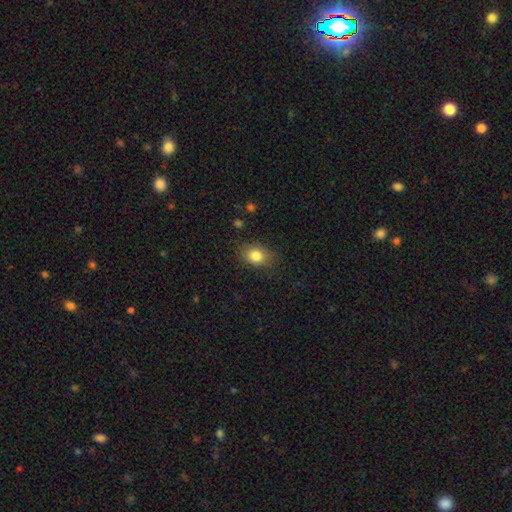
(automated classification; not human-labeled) Morphology: type=smooth (82%); roundness=in between (69%); merging=none (80%).